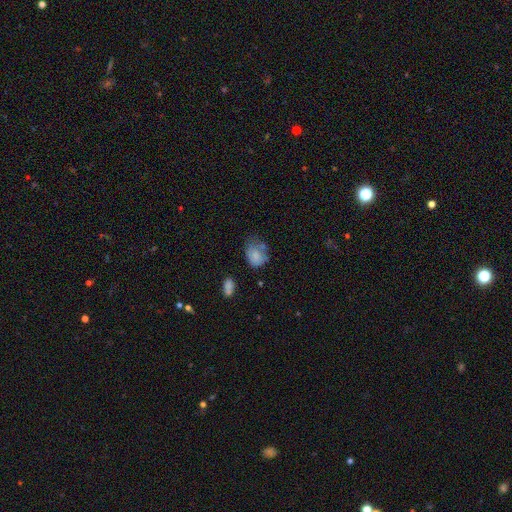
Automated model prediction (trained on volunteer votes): Smooth or featured?
  - smooth: 77% *
  - featured or disk: 13%
  - star or artifact: 9%
How rounded?
  - in between: 60% *
  - round: 39%
  - cigar-shaped: 1%
Merging?
  - none: 40% *
  - minor disturbance: 33%
  - major disturbance: 17%
  - merger: 10%